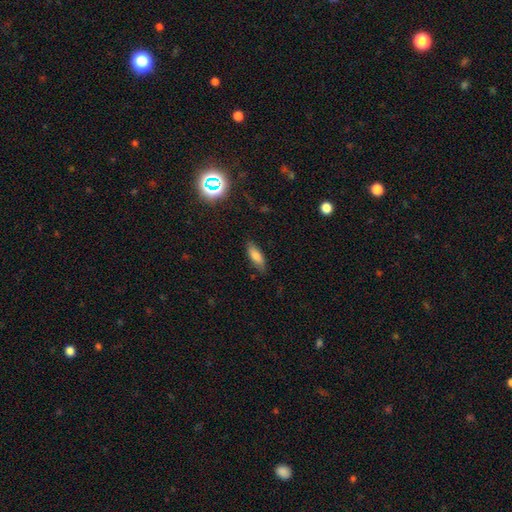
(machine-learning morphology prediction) The model was most divided on "how rounded": in between: 62%, cigar-shaped: 36%, round: 2%. More confident: merging — none (80%); smooth or featured — smooth (78%).